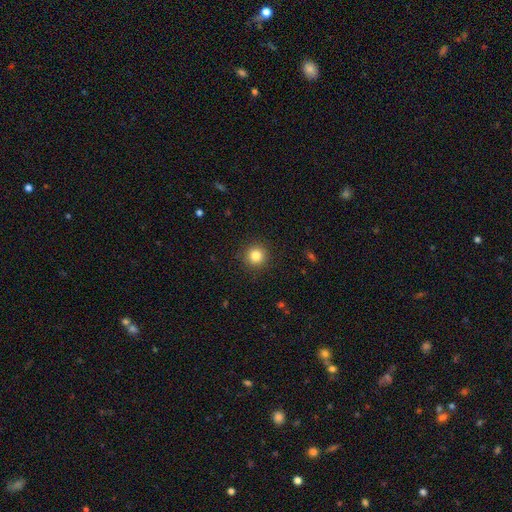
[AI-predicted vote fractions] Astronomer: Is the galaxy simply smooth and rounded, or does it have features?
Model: smooth — 83%.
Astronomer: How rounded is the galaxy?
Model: round — 95%.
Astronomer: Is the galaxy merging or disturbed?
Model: none — 91%.